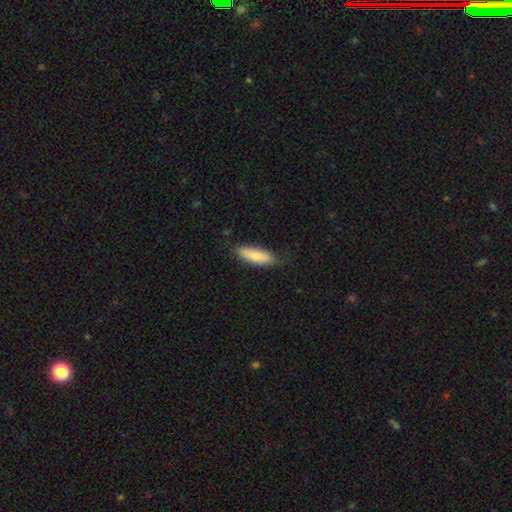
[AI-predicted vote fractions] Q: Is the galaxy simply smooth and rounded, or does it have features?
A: smooth — 81%.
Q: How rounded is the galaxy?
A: in between — 53%.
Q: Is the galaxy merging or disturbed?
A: none — 76%.